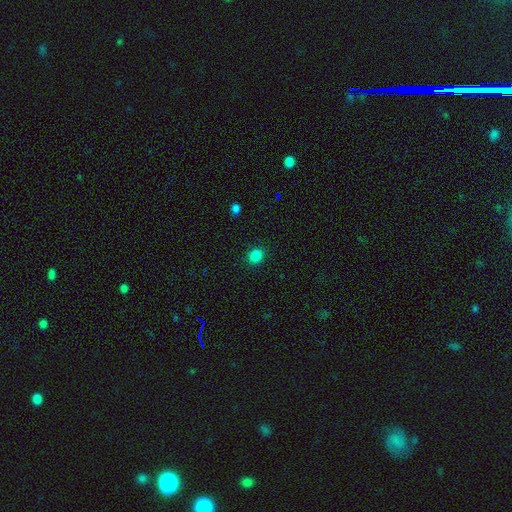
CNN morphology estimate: The model was most divided on "how rounded": round: 76%, in between: 23%, cigar-shaped: 1%. More confident: merging — none (90%); smooth or featured — smooth (85%).